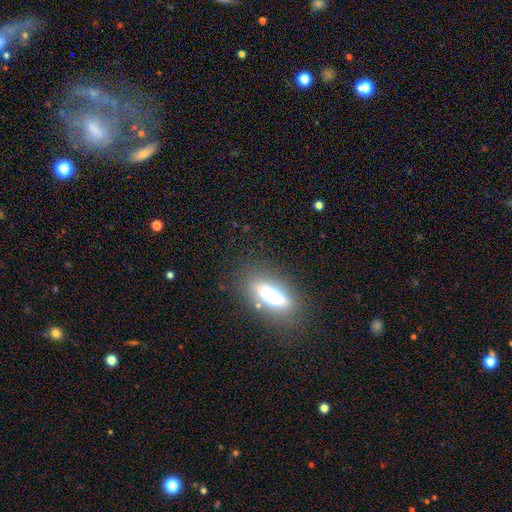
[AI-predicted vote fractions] Smooth or featured? Predicted: smooth (p=0.64). How rounded? Predicted: in between (p=0.57). Merging? Predicted: none (p=0.79).